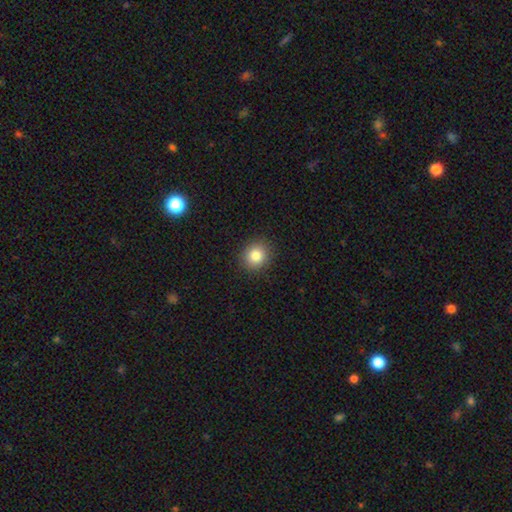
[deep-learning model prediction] Morphology: type=smooth (83%); roundness=round (84%); merging=none (90%).